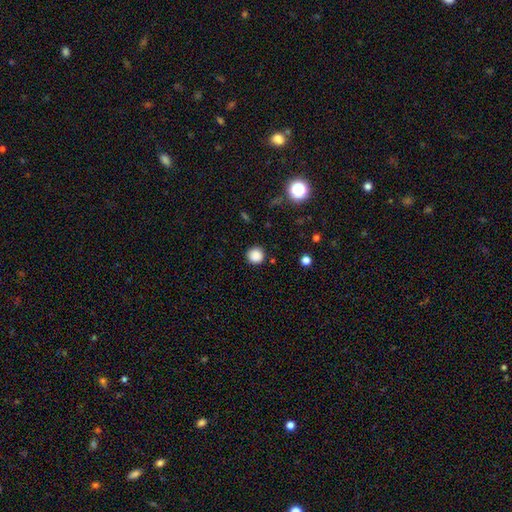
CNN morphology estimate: Smooth or featured: smooth — 86% (star or artifact — 11%)
How rounded: round — 94% (in between — 5%)
Merging: none — 90% (minor disturbance — 6%)